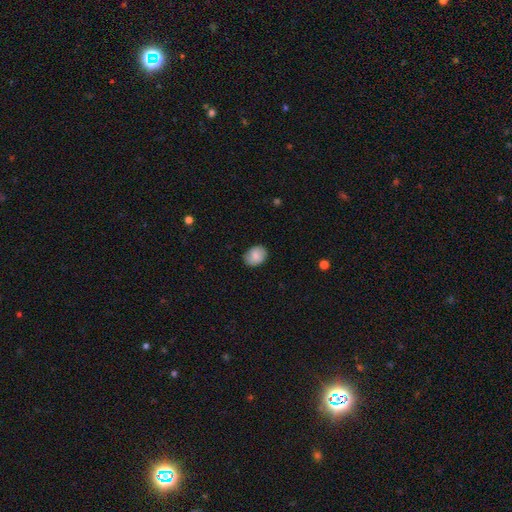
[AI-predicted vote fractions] Q: Smooth or featured?
A: smooth (83%); runner-up: featured or disk (10%)
Q: How rounded?
A: in between (59%); runner-up: round (40%)
Q: Merging?
A: none (84%); runner-up: minor disturbance (13%)